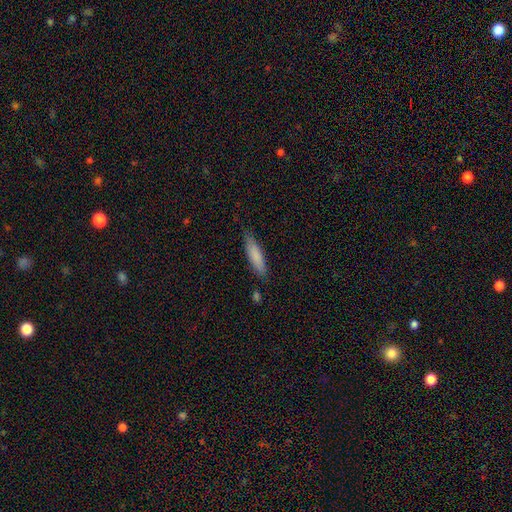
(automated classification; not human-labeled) Smooth or featured: smooth — 81% (featured or disk — 13%)
How rounded: cigar-shaped — 74% (in between — 25%)
Merging: none — 79% (minor disturbance — 16%)